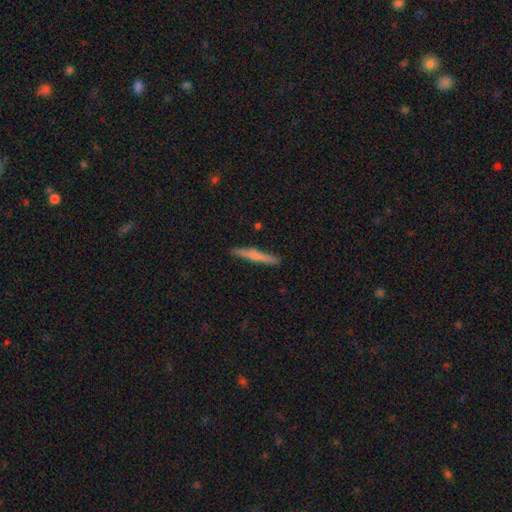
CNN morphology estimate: Smooth or featured?
  - smooth: 60% *
  - featured or disk: 34%
  - star or artifact: 6%
How rounded?
  - cigar-shaped: 95% *
  - in between: 4%
  - round: 2%
Merging?
  - none: 89% *
  - minor disturbance: 8%
  - major disturbance: 2%
  - merger: 1%